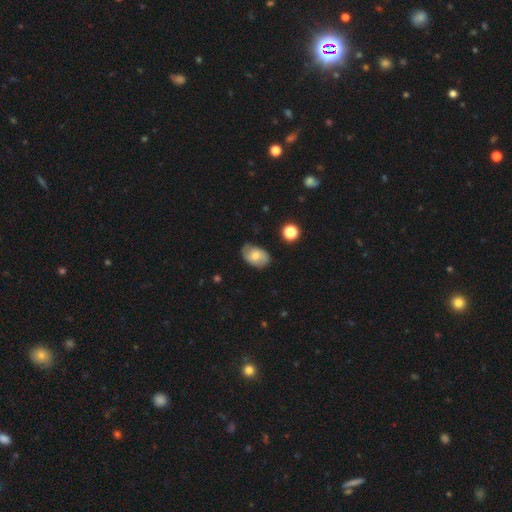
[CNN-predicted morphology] Q: Smooth or featured?
A: smooth (56%); runner-up: featured or disk (35%)
Q: How rounded?
A: in between (82%); runner-up: round (17%)
Q: Merging?
A: none (68%); runner-up: minor disturbance (25%)